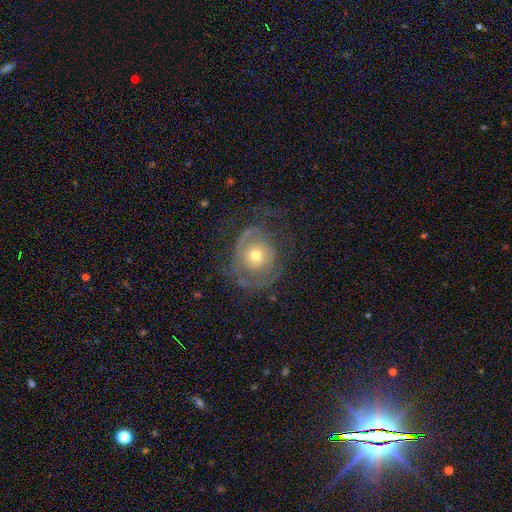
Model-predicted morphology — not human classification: This is likely a featured or disk galaxy (63%). It is clearly not viewed edge-on (96%). Bar: clearly no (84%). Spiral arm pattern: likely yes (67%). Central bulge: possibly moderate (54%). Merging: possibly none (50%).